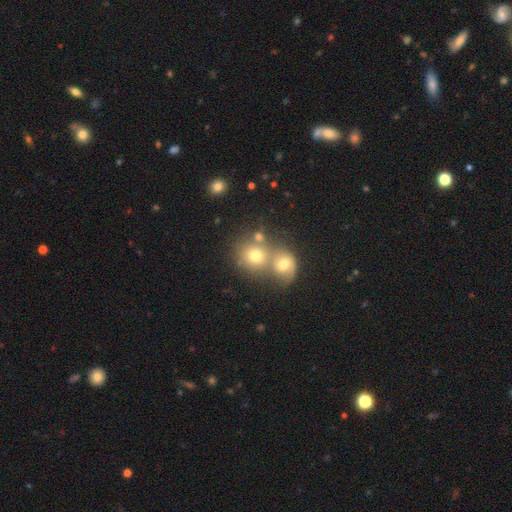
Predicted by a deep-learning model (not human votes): The model was most divided on "merging": merger: 52%, none: 35%, minor disturbance: 8%, major disturbance: 4%. More confident: how rounded — round (78%); smooth or featured — smooth (70%).